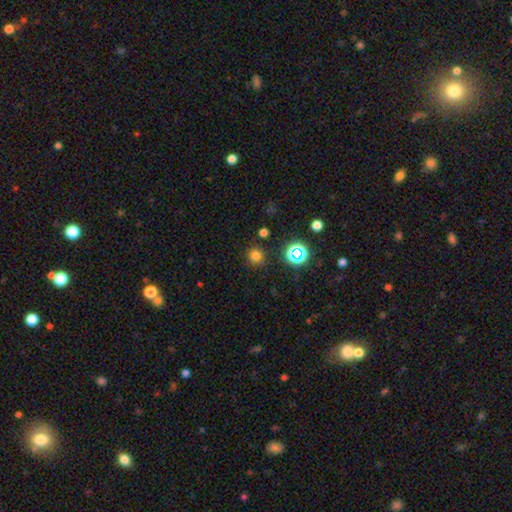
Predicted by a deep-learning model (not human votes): A smooth galaxy with no disk features (74%) that is round (94%).

Vote fractions:
- Smooth or featured? smooth: 74% / star or artifact: 20% / featured or disk: 5%
- How rounded? round: 94% / in between: 5% / cigar-shaped: 1%
- Merging? none: 88% / minor disturbance: 7% / major disturbance: 3% / merger: 2%